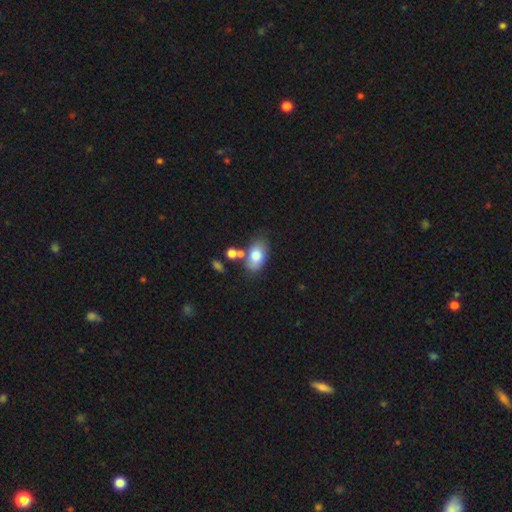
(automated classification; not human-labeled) This is likely a smooth galaxy (77%). How rounded: clearly in between (89%). Merging: likely none (63%).